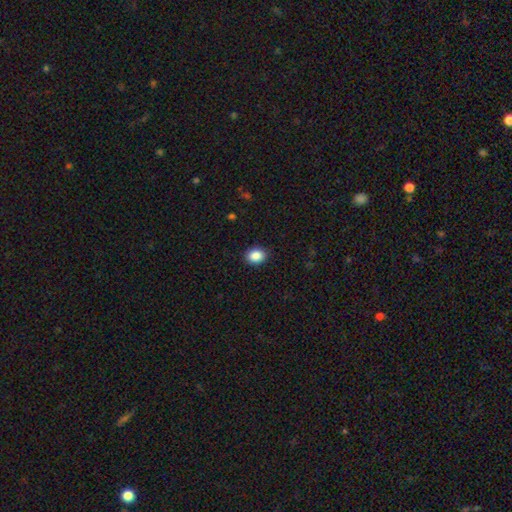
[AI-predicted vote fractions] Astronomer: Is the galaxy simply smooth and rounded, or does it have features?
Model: smooth — 88%.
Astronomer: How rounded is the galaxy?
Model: round — 52% (runner-up: in between, 47%).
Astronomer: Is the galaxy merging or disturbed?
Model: none — 90%.